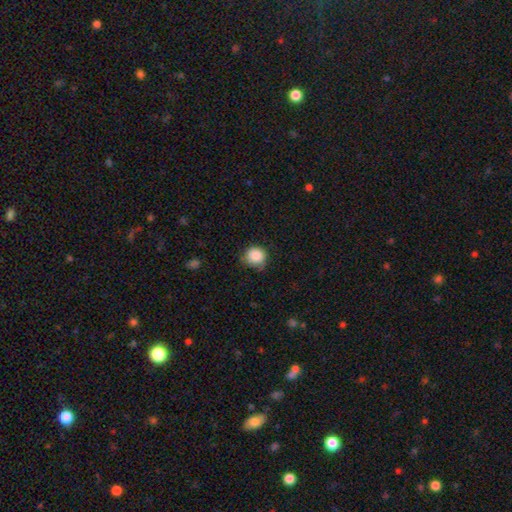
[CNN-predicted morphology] This appears to be a smooth galaxy with no disk features (87%) that is round (90%). Merging: none (70%).